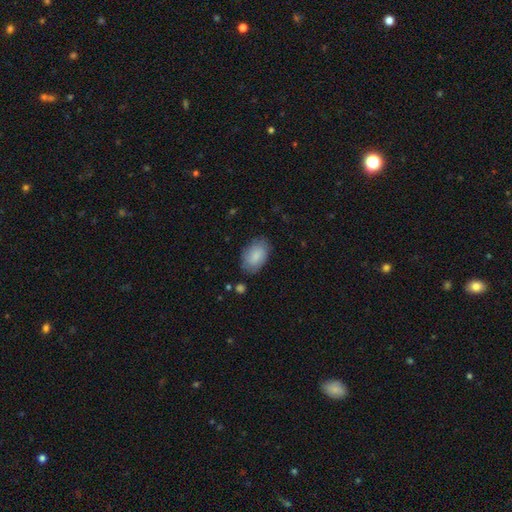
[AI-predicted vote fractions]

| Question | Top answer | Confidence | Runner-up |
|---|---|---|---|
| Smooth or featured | smooth | 81% | featured or disk (13%) |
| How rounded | in between | 90% | round (8%) |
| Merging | none | 77% | minor disturbance (17%) |